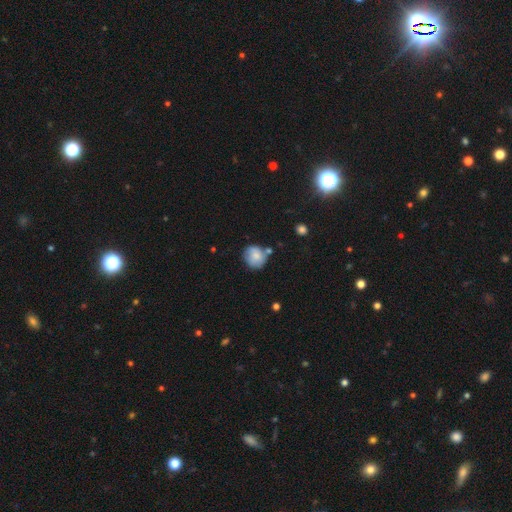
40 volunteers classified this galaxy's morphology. type=smooth (62%); roundness=round (80%); merging=none (49%).